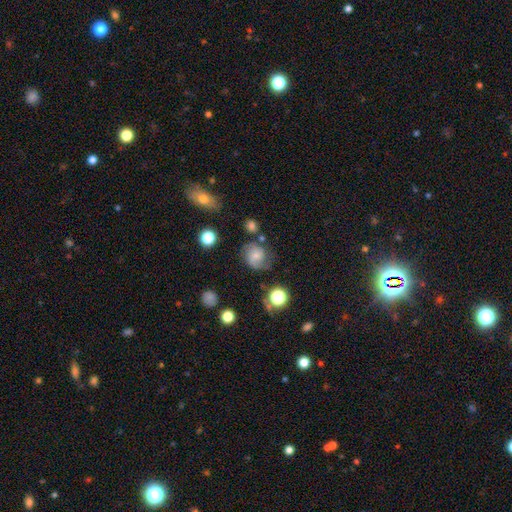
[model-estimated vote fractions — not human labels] smooth_or_featured: featured or disk (p=0.55) [alt: smooth p=0.33]
disk_edge_on: no (p=0.97) [alt: yes p=0.03]
bar: no (p=0.60) [alt: weak p=0.34]
has_spiral_arms: yes (p=0.91) [alt: no p=0.09]
bulge_size: small (p=0.50) [alt: moderate p=0.30]
merging: none (p=0.65) [alt: minor disturbance p=0.20]